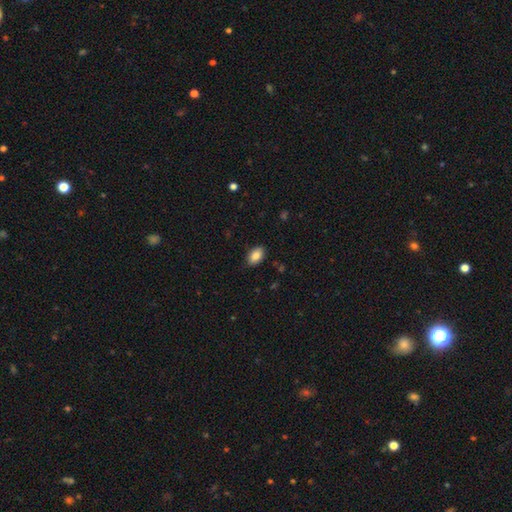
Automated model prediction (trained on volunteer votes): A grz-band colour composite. It shows a smooth galaxy with no disk features (85%) that is in between round and cigar-shaped (90%). Merging: none (84%).